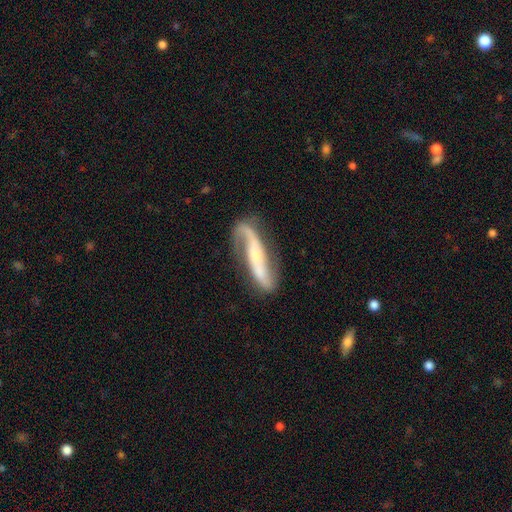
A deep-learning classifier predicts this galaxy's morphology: featured or disk 83%, smooth 12%, star or artifact 5%. Down the decision tree: edge-on disk — no (81%); bar — strong (43%); spiral arms — yes (95%); spiral arm count — 2 (87%); spiral winding — loose (58%); bulge size — small (52%); merging — none (73%).